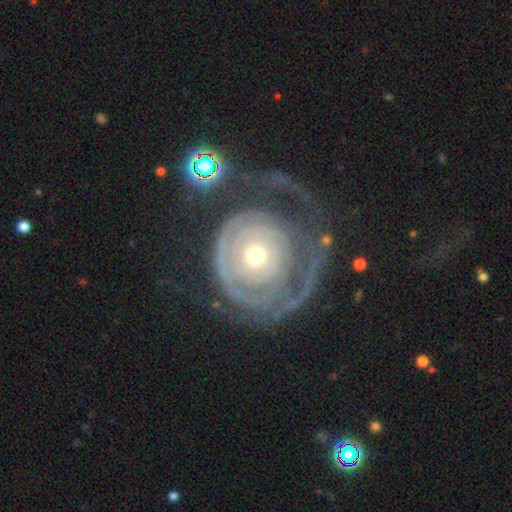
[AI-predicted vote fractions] Smooth or featured?
  - featured or disk: 81% *
  - smooth: 13%
  - star or artifact: 6%
Edge-on disk?
  - no: 96% *
  - yes: 4%
Bar?
  - no: 85% *
  - weak: 11%
  - strong: 4%
Spiral arms?
  - yes: 79% *
  - no: 21%
Spiral winding?
  - tight: 76% *
  - medium: 15%
  - loose: 9%
Spiral arm count?
  - can't tell: 42% *
  - 1: 19%
  - 2: 18%
  - 3: 10%
  - 4: 6%
  - more than 4: 6%
Bulge size?
  - small: 52% *
  - moderate: 42%
  - large: 4%
  - dominant: 1%
  - none: 1%
Merging?
  - none: 43% *
  - major disturbance: 36%
  - minor disturbance: 18%
  - merger: 4%